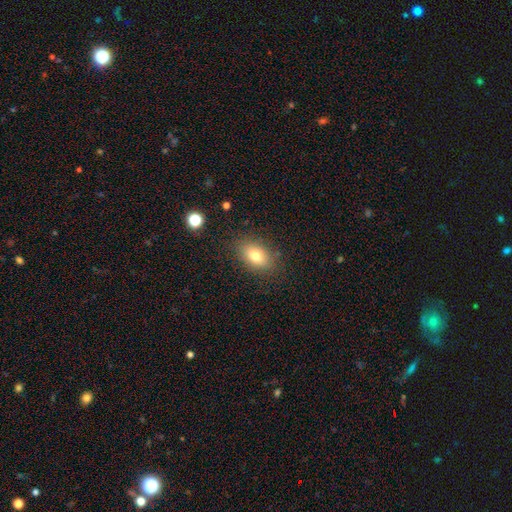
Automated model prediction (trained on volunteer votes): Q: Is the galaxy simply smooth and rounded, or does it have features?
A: smooth — 76%.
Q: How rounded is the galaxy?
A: in between — 83%.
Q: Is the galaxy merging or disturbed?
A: none — 84%.